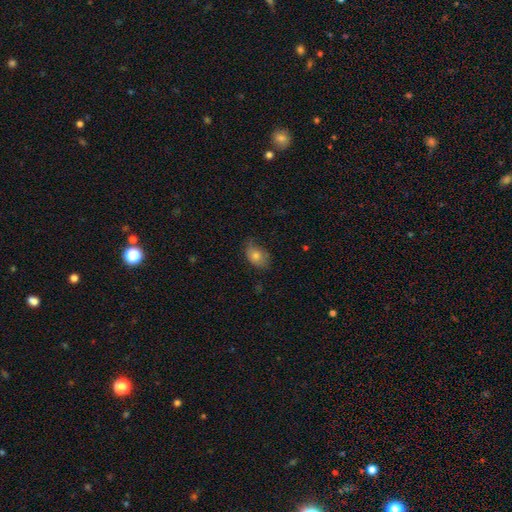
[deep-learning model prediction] A smooth galaxy with no disk features (77%) that is in between round and cigar-shaped (81%).

Vote fractions:
- Smooth or featured? smooth: 77% / featured or disk: 15% / star or artifact: 8%
- How rounded? in between: 81% / round: 18% / cigar-shaped: 1%
- Merging? none: 57% / minor disturbance: 33% / major disturbance: 9% / merger: 1%